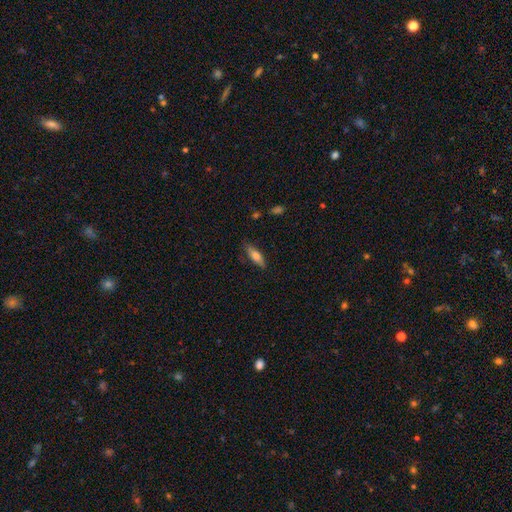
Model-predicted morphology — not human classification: Smooth or featured? Predicted: smooth (p=0.71). How rounded? Predicted: cigar-shaped (p=0.50). Merging? Predicted: none (p=0.77).